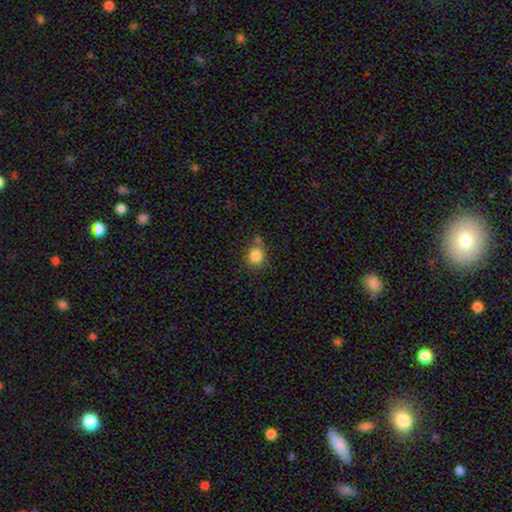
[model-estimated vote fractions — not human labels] smooth_or_featured: smooth (p=0.84) [alt: star or artifact p=0.10]
how_rounded: round (p=0.83) [alt: in between p=0.16]
merging: none (p=0.64) [alt: minor disturbance p=0.16]